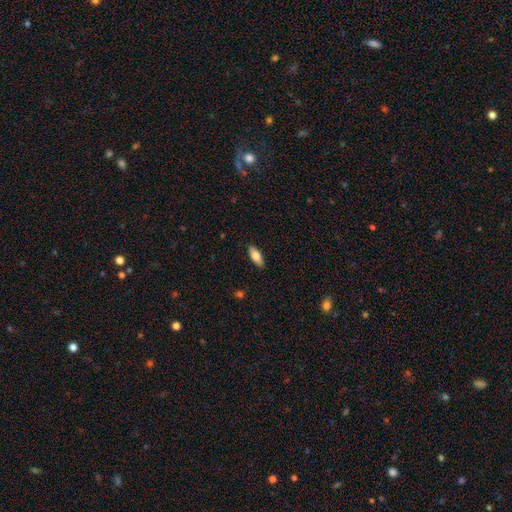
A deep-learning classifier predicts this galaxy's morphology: Q: Smooth or featured?
A: smooth (77%); runner-up: featured or disk (16%)
Q: How rounded?
A: in between (80%); runner-up: cigar-shaped (17%)
Q: Merging?
A: none (87%); runner-up: minor disturbance (10%)